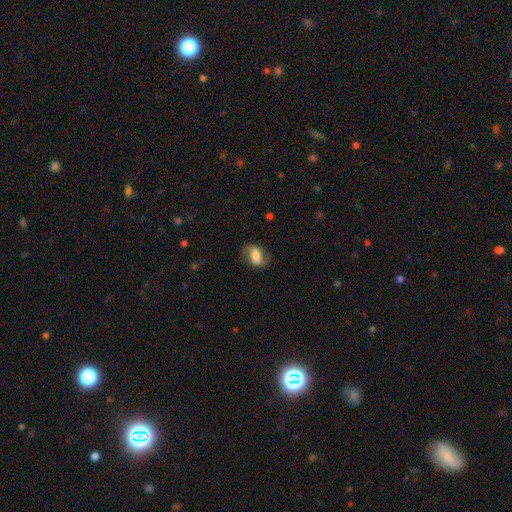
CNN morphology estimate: Smooth or featured: featured or disk — 55% (smooth — 37%)
Edge-on disk: no — 95% (yes — 5%)
Bar: strong — 38% (weak — 36%)
Spiral arms: yes — 86% (no — 14%)
Bulge size: large — 35% (moderate — 24%)
Merging: none — 72% (minor disturbance — 18%)